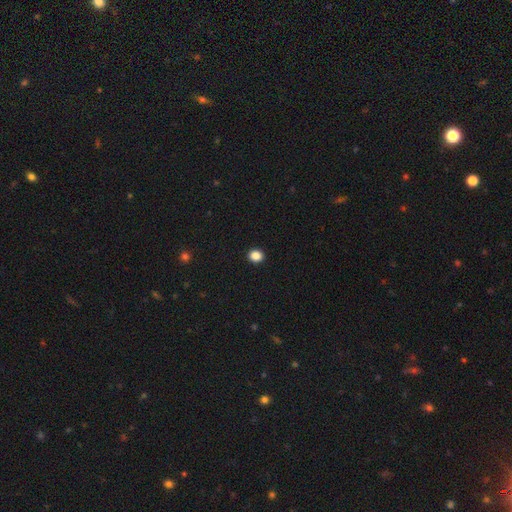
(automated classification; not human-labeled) smooth_or_featured: smooth (p=0.87) [alt: star or artifact p=0.10]
how_rounded: round (p=0.75) [alt: in between p=0.24]
merging: none (p=0.93) [alt: minor disturbance p=0.05]